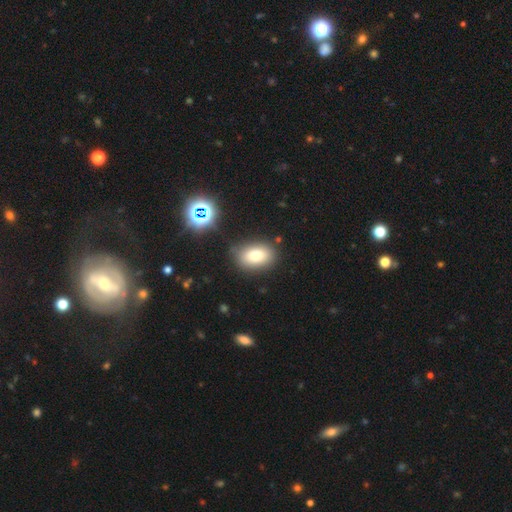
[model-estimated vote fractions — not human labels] Smooth or featured: smooth — 77% (star or artifact — 12%)
How rounded: in between — 83% (round — 16%)
Merging: none — 81% (minor disturbance — 12%)